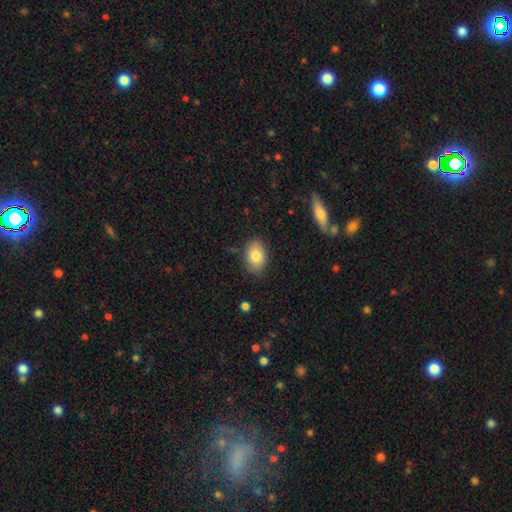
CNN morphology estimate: Q: Smooth or featured?
A: smooth (81%); runner-up: featured or disk (11%)
Q: How rounded?
A: in between (83%); runner-up: round (16%)
Q: Merging?
A: none (80%); runner-up: minor disturbance (15%)